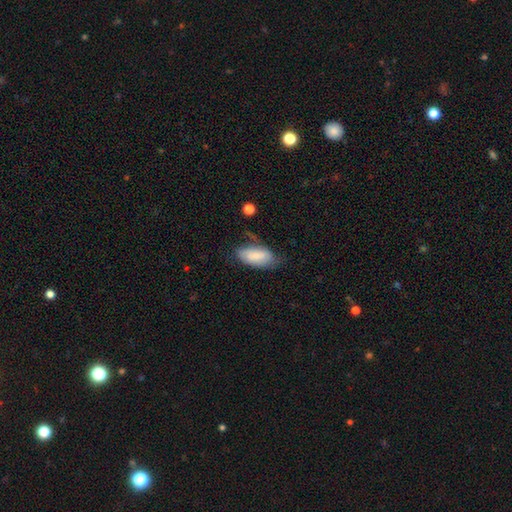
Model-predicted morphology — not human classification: smooth_or_featured: smooth (p=0.73) [alt: featured or disk p=0.20]
how_rounded: in between (p=0.92) [alt: cigar-shaped p=0.05]
merging: none (p=0.48) [alt: minor disturbance p=0.34]